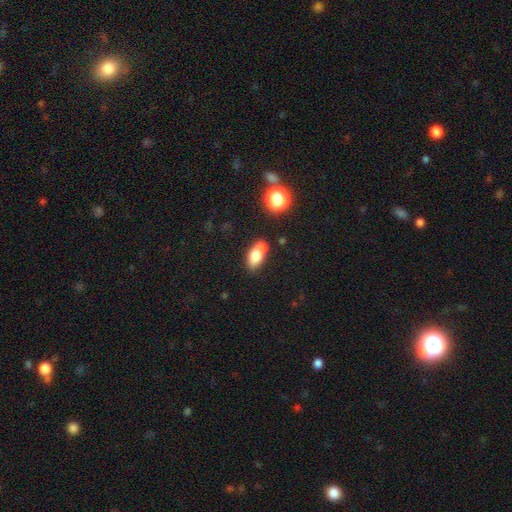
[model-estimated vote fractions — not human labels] Smooth or featured? smooth (74%)
How rounded? in between (80%)
Merging? merger (43%)